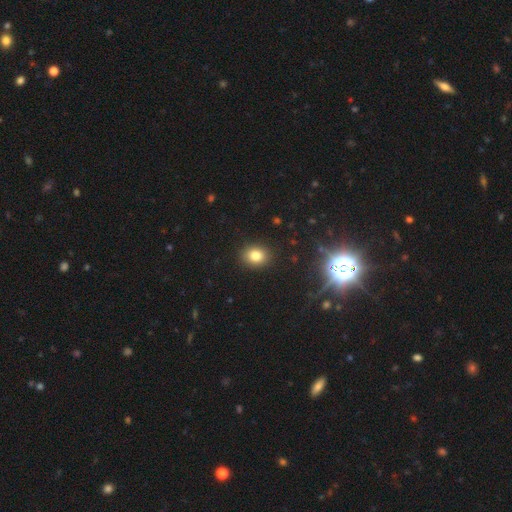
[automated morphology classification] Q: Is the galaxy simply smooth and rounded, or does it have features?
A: smooth — 80%.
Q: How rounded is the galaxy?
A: round — 55%.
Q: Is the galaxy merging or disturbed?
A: none — 89%.